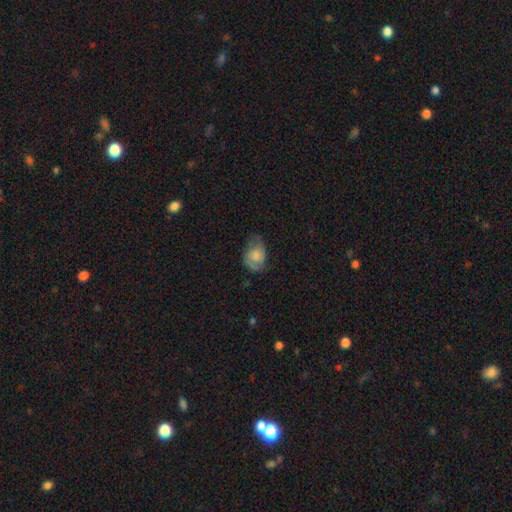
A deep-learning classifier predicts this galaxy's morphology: type=smooth (64%); roundness=in between (71%); merging=none (47%).